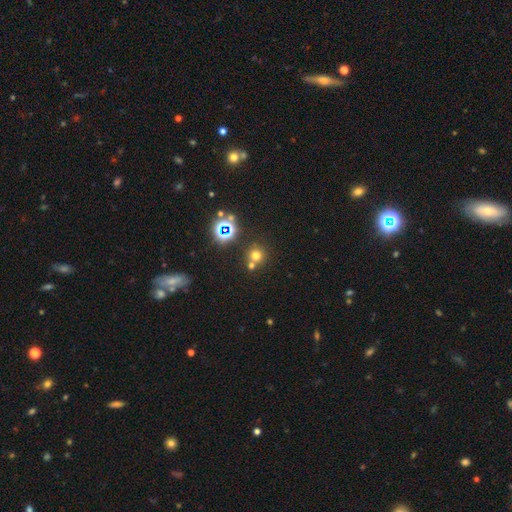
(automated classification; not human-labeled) smooth-or-featured: smooth: 64% | star or artifact: 28% | featured or disk: 9%
  how-rounded: round: 91% | in between: 8% | cigar-shaped: 1%
  merging: none: 64% | merger: 26% | minor disturbance: 8% | major disturbance: 3%